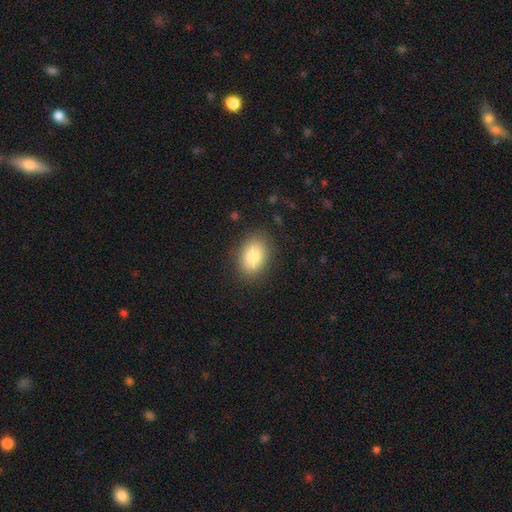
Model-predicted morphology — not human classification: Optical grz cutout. It shows a smooth galaxy with no disk features (85%) that is in between round and cigar-shaped (82%). Merging: none (85%).